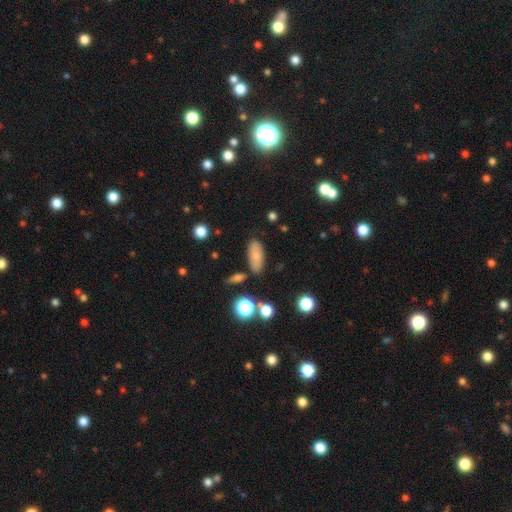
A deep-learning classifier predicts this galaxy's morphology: Overall: smooth (74%). How rounded: in between (83%). Merging: none (77%).